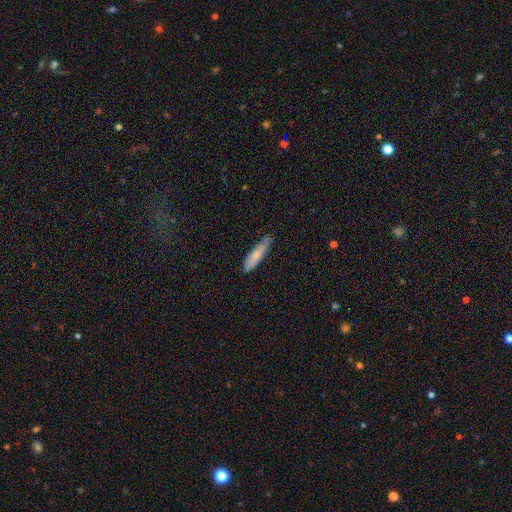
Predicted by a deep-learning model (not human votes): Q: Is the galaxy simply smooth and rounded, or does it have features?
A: smooth — 75%.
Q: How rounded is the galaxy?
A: cigar-shaped — 79%.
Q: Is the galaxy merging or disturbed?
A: none — 79%.